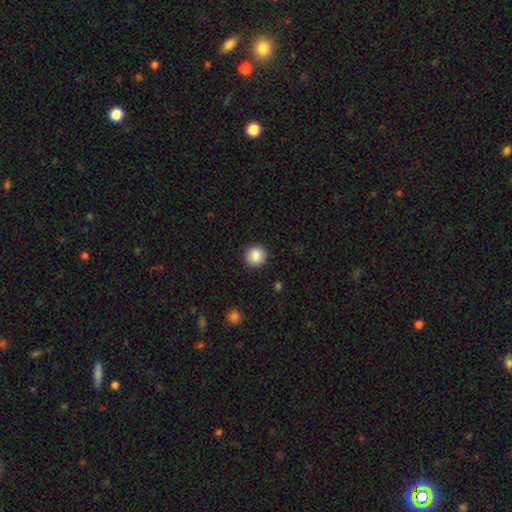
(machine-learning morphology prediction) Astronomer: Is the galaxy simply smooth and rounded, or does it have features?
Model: smooth — 88%.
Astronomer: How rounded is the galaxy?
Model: round — 93%.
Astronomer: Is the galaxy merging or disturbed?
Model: none — 91%.